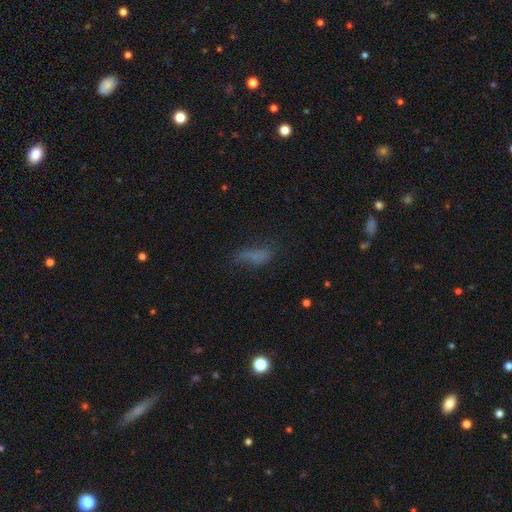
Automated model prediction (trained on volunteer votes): A smooth galaxy with no disk features (64%) that is in between round and cigar-shaped (63%).

Vote fractions:
- Smooth or featured? smooth: 64% / featured or disk: 18% / star or artifact: 18%
- How rounded? in between: 63% / cigar-shaped: 33% / round: 5%
- Merging? none: 47% / minor disturbance: 26% / major disturbance: 23% / merger: 4%